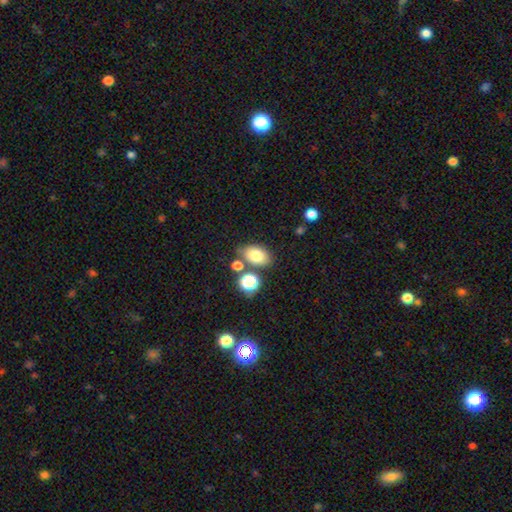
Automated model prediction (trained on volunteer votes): smooth-or-featured: smooth: 78% | featured or disk: 11% | star or artifact: 11%
  how-rounded: in between: 83% | round: 15% | cigar-shaped: 2%
  merging: none: 68% | merger: 14% | minor disturbance: 13% | major disturbance: 4%